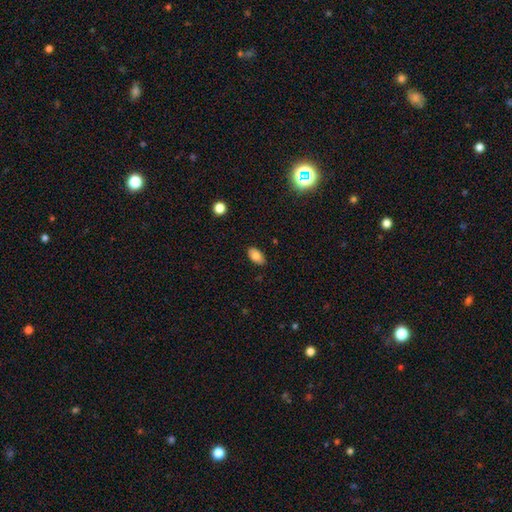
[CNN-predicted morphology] The model was most divided on "smooth or featured": smooth: 82%, featured or disk: 10%, star or artifact: 8%. More confident: how rounded — in between (93%); merging — none (85%).